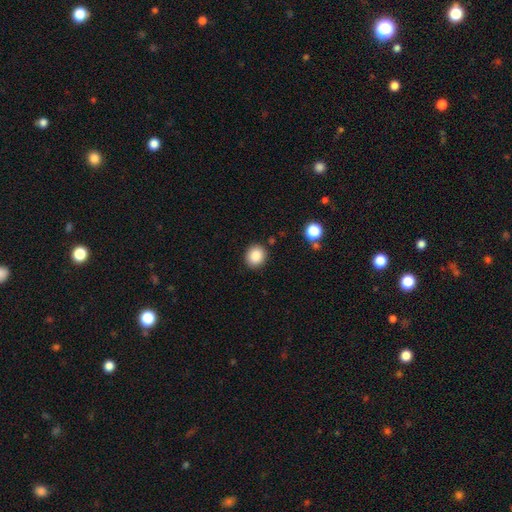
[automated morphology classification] This is clearly a smooth galaxy (87%). How rounded: likely round (76%). Merging: clearly none (87%).